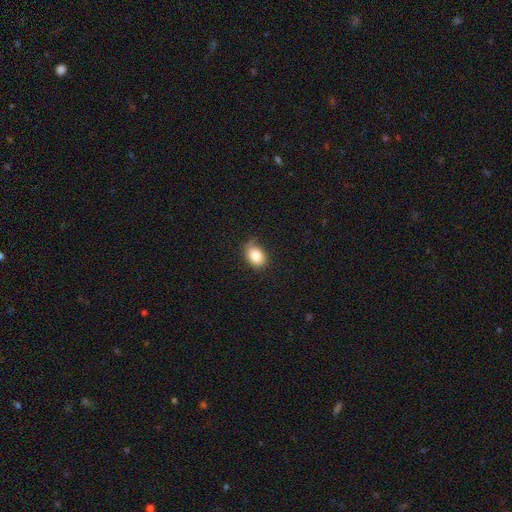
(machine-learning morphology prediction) Smooth or featured?
  - smooth: 82% *
  - featured or disk: 10%
  - star or artifact: 8%
How rounded?
  - in between: 73% *
  - round: 26%
  - cigar-shaped: 1%
Merging?
  - none: 59% *
  - minor disturbance: 30%
  - major disturbance: 9%
  - merger: 2%